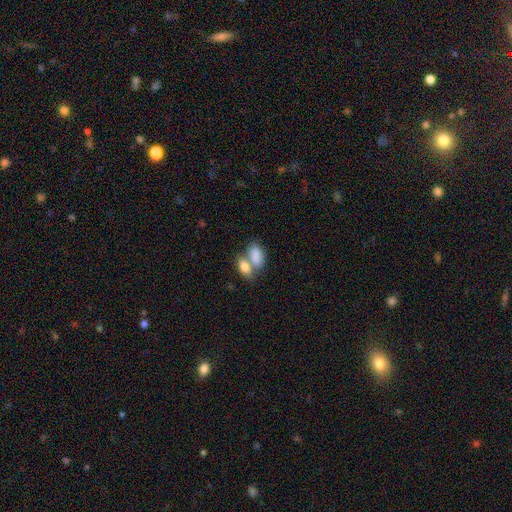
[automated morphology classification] Smooth or featured: smooth — 84% (featured or disk — 10%)
How rounded: in between — 91% (round — 6%)
Merging: merger — 60% (none — 28%)